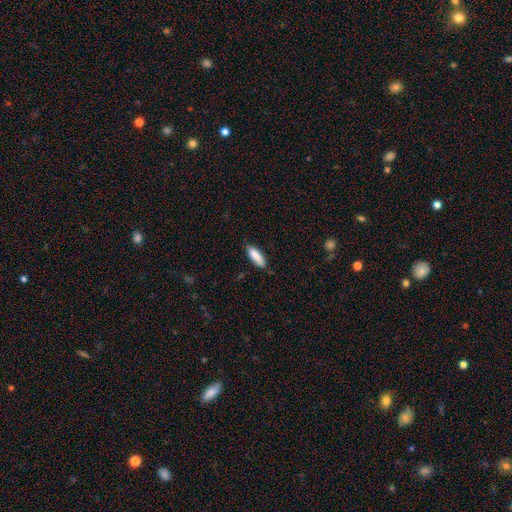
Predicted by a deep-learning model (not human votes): smooth_or_featured: smooth (p=0.87) [alt: featured or disk p=0.07]
how_rounded: in between (p=0.56) [alt: cigar-shaped p=0.43]
merging: none (p=0.78) [alt: minor disturbance p=0.18]